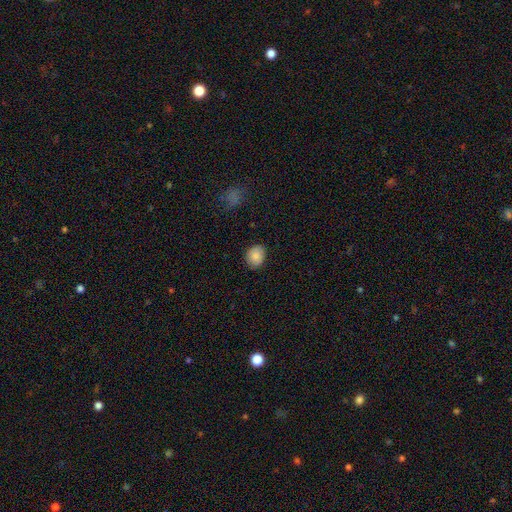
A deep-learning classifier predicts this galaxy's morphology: A smooth galaxy with no disk features (86%) that is round (58%).

Vote fractions:
- Smooth or featured? smooth: 86% / star or artifact: 8% / featured or disk: 6%
- How rounded? round: 58% / in between: 41% / cigar-shaped: 1%
- Merging? none: 84% / minor disturbance: 12% / major disturbance: 2% / merger: 1%